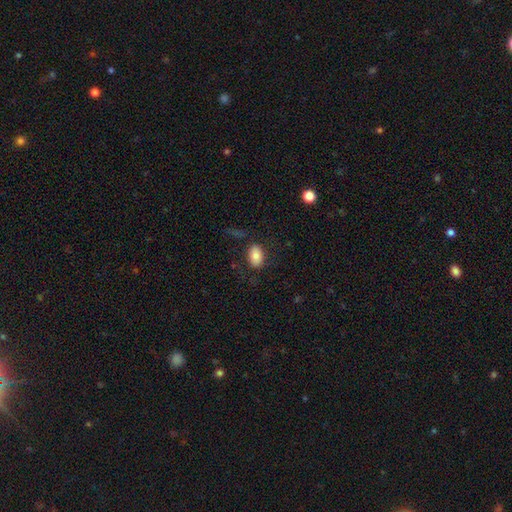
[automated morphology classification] Smooth or featured: smooth — 82% (featured or disk — 10%)
How rounded: in between — 89% (round — 10%)
Merging: none — 79% (minor disturbance — 13%)